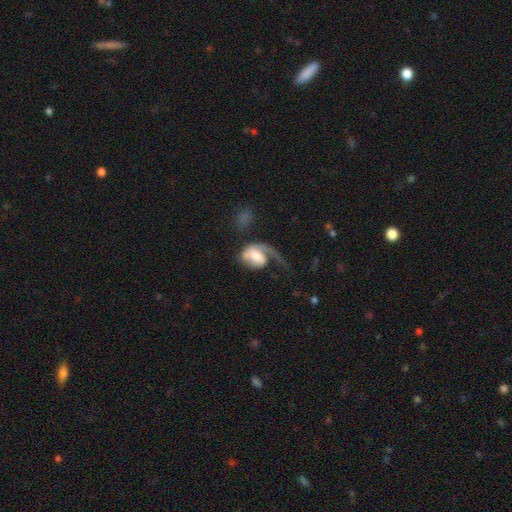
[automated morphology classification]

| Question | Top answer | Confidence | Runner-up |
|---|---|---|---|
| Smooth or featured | featured or disk | 64% | smooth (30%) |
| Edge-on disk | no | 97% | yes (3%) |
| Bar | no | 55% | weak (32%) |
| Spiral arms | yes | 83% | no (17%) |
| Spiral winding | loose | 56% | medium (29%) |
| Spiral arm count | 1 | 81% | 2 (12%) |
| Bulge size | moderate | 36% | large (28%) |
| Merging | major disturbance | 55% | none (24%) |